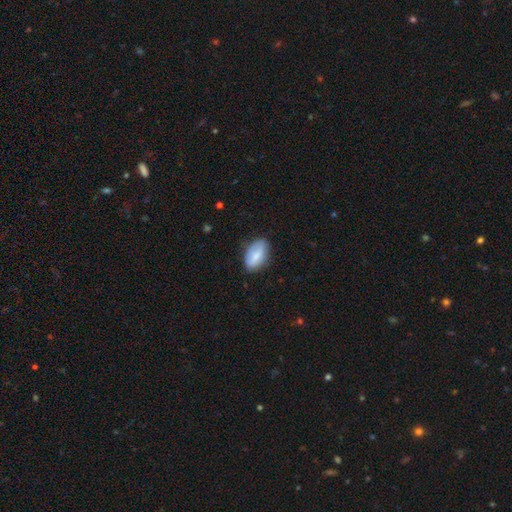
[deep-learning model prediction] Overall: smooth (74%). How rounded: in between (92%). Merging: none (71%).